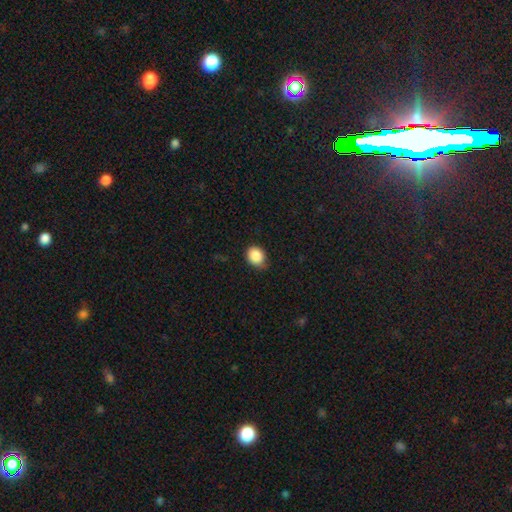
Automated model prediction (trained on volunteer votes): smooth-or-featured: smooth: 87% | star or artifact: 9% | featured or disk: 4%
  how-rounded: round: 55% | in between: 44% | cigar-shaped: 1%
  merging: none: 74% | minor disturbance: 22% | major disturbance: 3% | merger: 1%